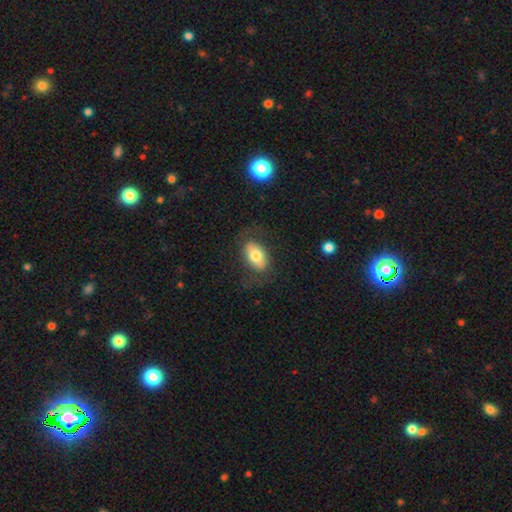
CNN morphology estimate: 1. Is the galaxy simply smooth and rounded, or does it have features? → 67% smooth, 26% featured or disk, 7% star or artifact.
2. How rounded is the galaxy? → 89% in between, 9% round, 2% cigar-shaped.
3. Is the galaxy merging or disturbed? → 71% none, 16% minor disturbance, 11% major disturbance, 1% merger.